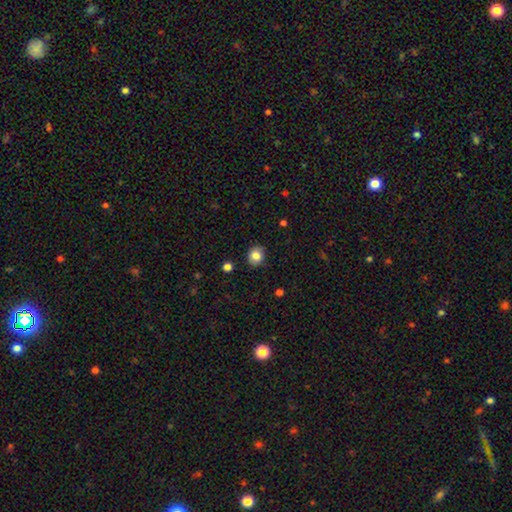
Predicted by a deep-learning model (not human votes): This appears to be a smooth galaxy with no disk features (83%) that is round (72%). Merging: none (86%).